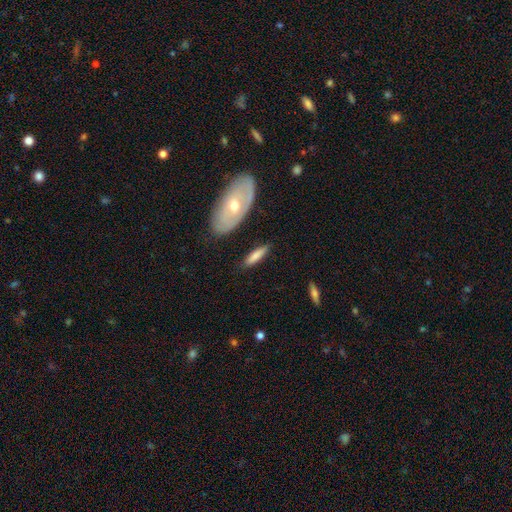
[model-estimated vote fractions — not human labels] smooth 75%, featured or disk 19%, star or artifact 6%. Down the decision tree: how rounded — cigar-shaped (64%); merging — none (82%).